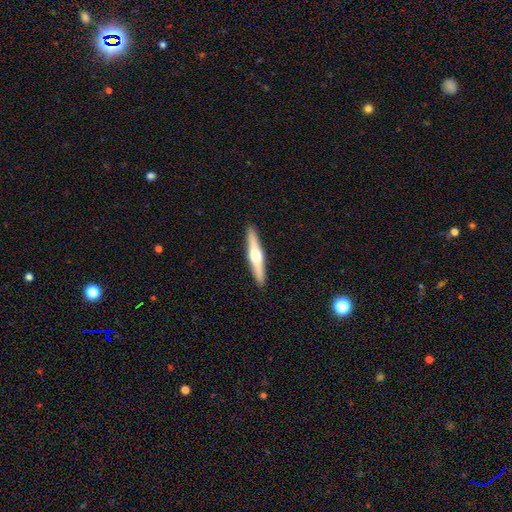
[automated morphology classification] A featured or disk galaxy (62%) viewed edge-on (97%) with a rounded central bulge (94%).

Vote fractions:
- Smooth or featured? featured or disk: 62% / smooth: 33% / star or artifact: 5%
- Edge-on disk? yes: 97% / no: 3%
- Edge-on bulge? rounded: 94% / none: 3% / boxy: 3%
- Merging? none: 92% / minor disturbance: 6% / major disturbance: 1% / merger: 1%